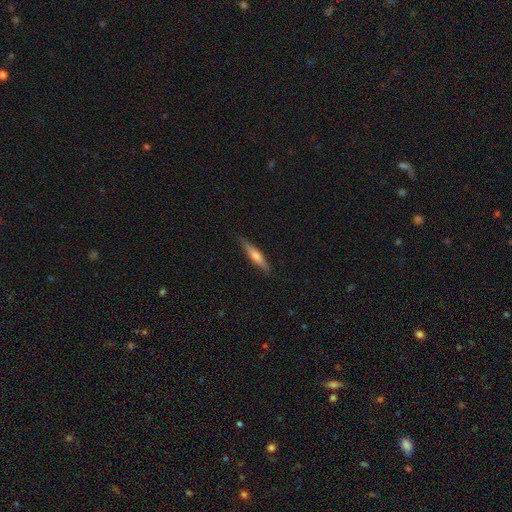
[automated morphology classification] type=smooth (48%); merging=none (86%).